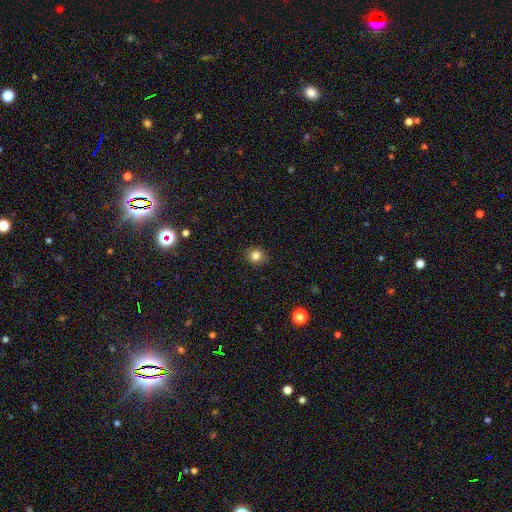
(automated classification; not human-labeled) The model was most divided on "how rounded": round: 74%, in between: 25%, cigar-shaped: 1%. More confident: merging — none (87%); smooth or featured — smooth (82%).